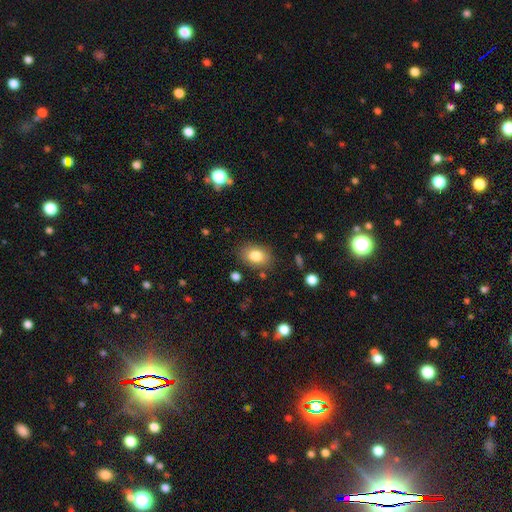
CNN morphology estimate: smooth_or_featured: smooth (p=0.82) [alt: featured or disk p=0.09]
how_rounded: in between (p=0.77) [alt: round p=0.22]
merging: none (p=0.82) [alt: minor disturbance p=0.12]